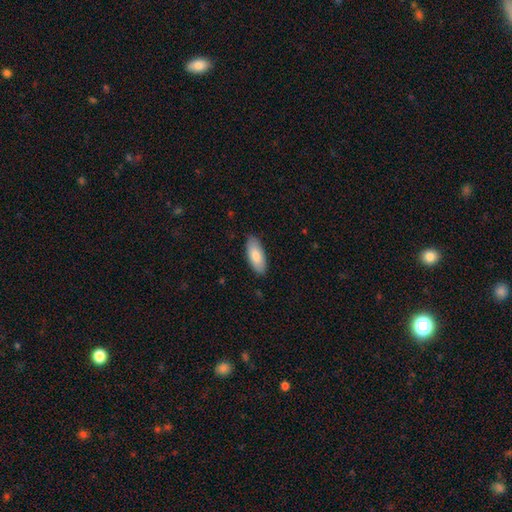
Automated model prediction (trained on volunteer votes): Morphology: type=smooth (80%); roundness=in between (85%); merging=none (87%).